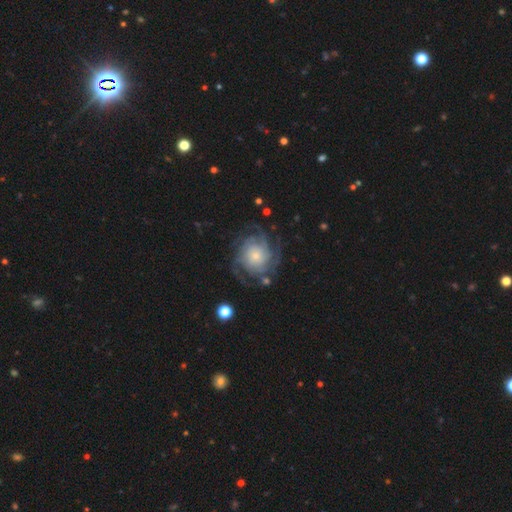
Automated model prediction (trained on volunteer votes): Q: Smooth or featured?
A: featured or disk (82%); runner-up: smooth (12%)
Q: Edge-on disk?
A: no (98%); runner-up: yes (2%)
Q: Bar?
A: no (79%); runner-up: weak (17%)
Q: Spiral arms?
A: yes (95%); runner-up: no (5%)
Q: Spiral winding?
A: tight (55%); runner-up: medium (32%)
Q: Spiral arm count?
A: can't tell (28%); runner-up: 4 (25%)
Q: Bulge size?
A: small (56%); runner-up: moderate (27%)
Q: Merging?
A: none (68%); runner-up: minor disturbance (16%)